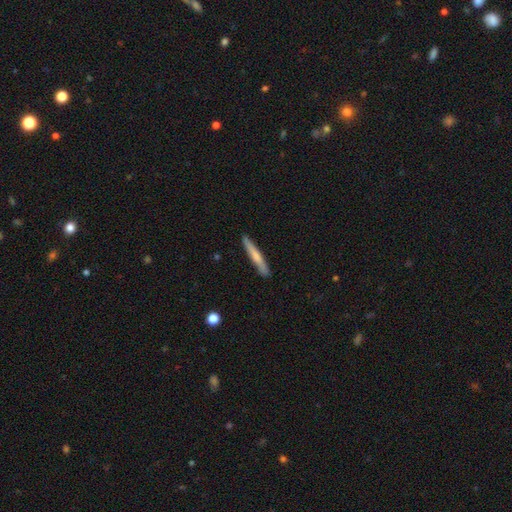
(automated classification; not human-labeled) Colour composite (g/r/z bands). It shows a smooth galaxy with no disk features (62%) that is cigar-shaped (95%). Merging: none (88%).